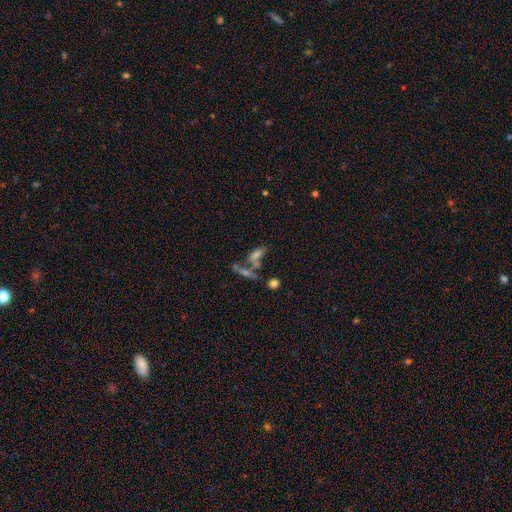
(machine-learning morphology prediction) Q: Smooth or featured?
A: smooth (45%); runner-up: featured or disk (33%)
Q: Merging?
A: merger (41%); runner-up: none (36%)